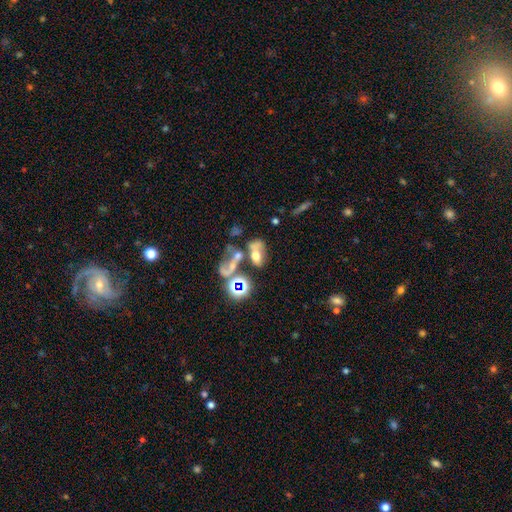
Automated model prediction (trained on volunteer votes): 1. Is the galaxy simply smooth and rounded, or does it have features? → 46% smooth, 33% featured or disk, 20% star or artifact.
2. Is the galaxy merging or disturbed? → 50% merger, 20% major disturbance, 19% none, 11% minor disturbance.